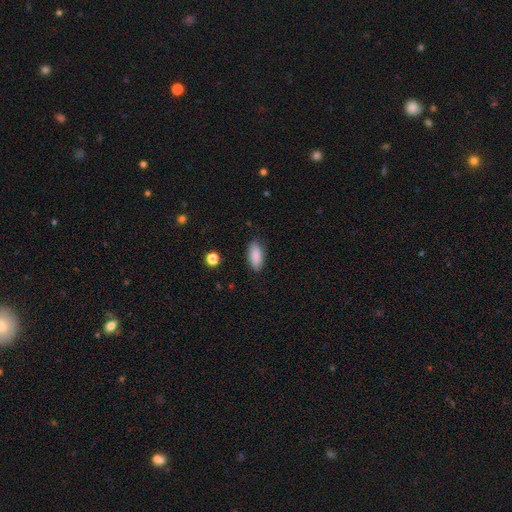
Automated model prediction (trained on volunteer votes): Morphology: type=smooth (88%); roundness=in between (85%); merging=none (84%).